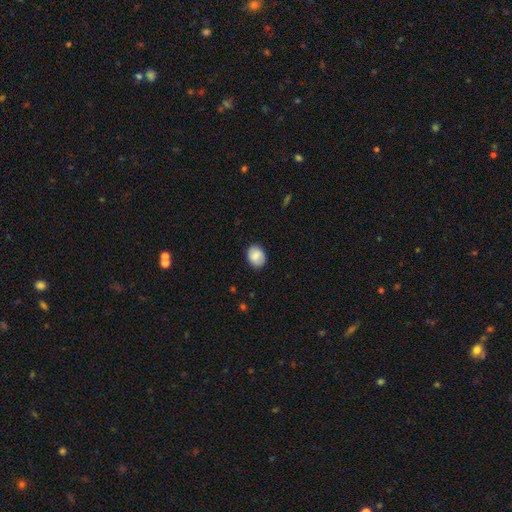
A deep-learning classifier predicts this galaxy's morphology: Q: Smooth or featured?
A: smooth (80%); runner-up: featured or disk (13%)
Q: How rounded?
A: in between (57%); runner-up: round (42%)
Q: Merging?
A: none (85%); runner-up: minor disturbance (11%)